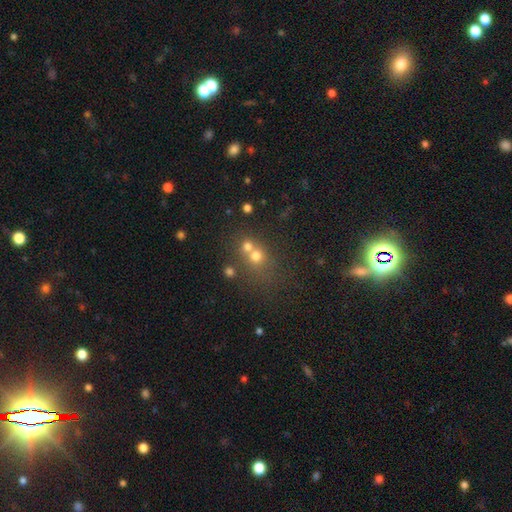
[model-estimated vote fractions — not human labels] This appears to be a smooth galaxy with no disk features (63%) that is round (79%). Merging: merger (49%).